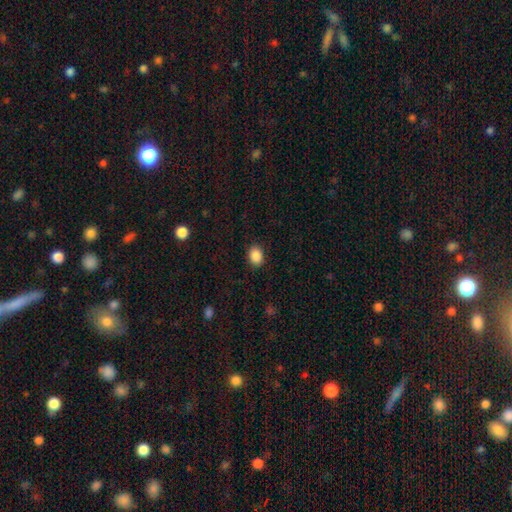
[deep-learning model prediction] Smooth or featured? smooth (88%)
How rounded? in between (60%)
Merging? none (88%)